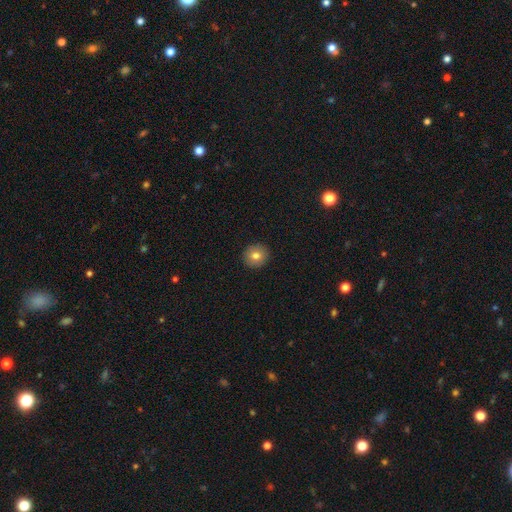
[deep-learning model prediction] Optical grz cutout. It shows a smooth galaxy with no disk features (79%) that is round (87%). Merging: none (92%).